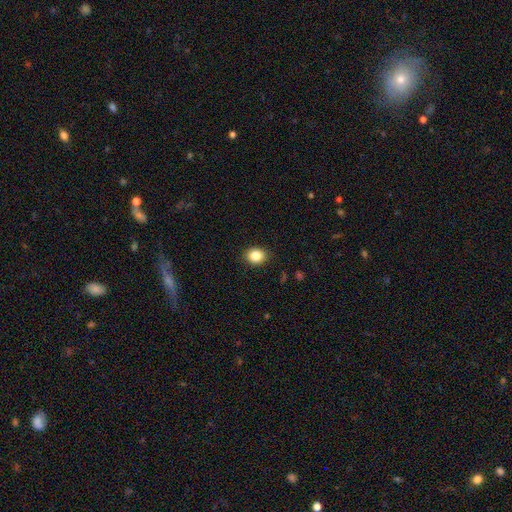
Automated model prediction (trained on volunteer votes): This is clearly a smooth galaxy (85%). How rounded: possibly round (59%). Merging: clearly none (88%).